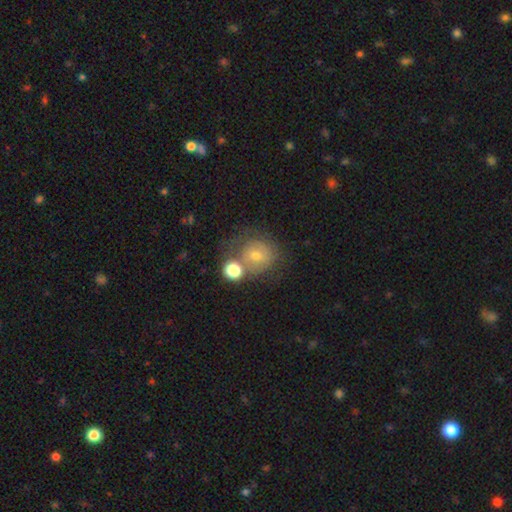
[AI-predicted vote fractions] Smooth or featured?
  - smooth: 55% *
  - featured or disk: 33%
  - star or artifact: 12%
How rounded?
  - round: 83% *
  - in between: 16%
  - cigar-shaped: 1%
Merging?
  - none: 45% *
  - merger: 29%
  - minor disturbance: 16%
  - major disturbance: 10%